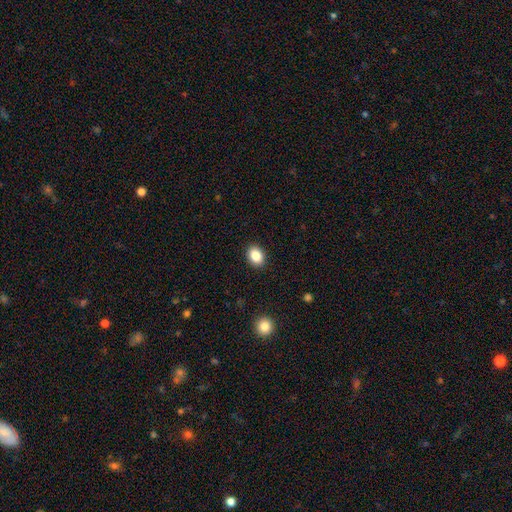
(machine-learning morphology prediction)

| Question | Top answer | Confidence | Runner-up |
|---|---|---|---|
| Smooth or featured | smooth | 87% | star or artifact (9%) |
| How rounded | in between | 69% | round (30%) |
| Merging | none | 90% | minor disturbance (7%) |